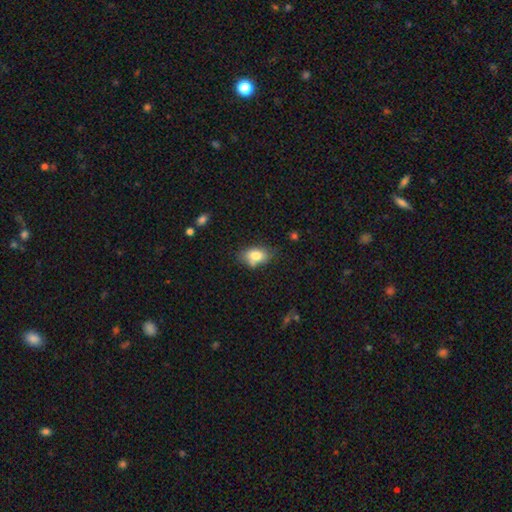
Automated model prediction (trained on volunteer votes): A smooth galaxy with no disk features (78%) that is in between round and cigar-shaped (86%). Merging: none (63%).